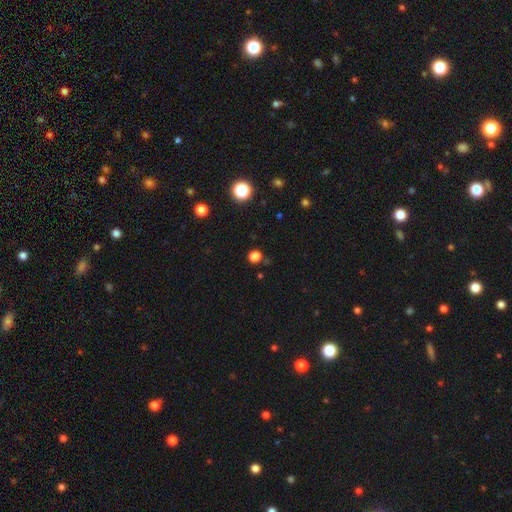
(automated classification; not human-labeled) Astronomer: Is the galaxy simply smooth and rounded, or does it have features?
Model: smooth — 70%.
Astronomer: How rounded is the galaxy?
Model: round — 83%.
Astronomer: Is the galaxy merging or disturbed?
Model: none — 85%.